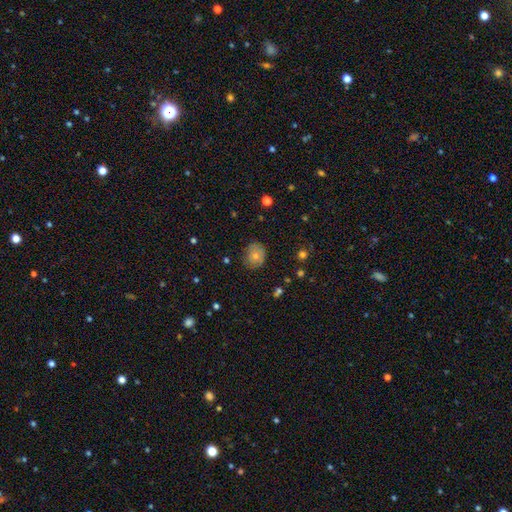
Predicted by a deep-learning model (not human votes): Q: Smooth or featured?
A: smooth (64%); runner-up: featured or disk (25%)
Q: How rounded?
A: round (61%); runner-up: in between (38%)
Q: Merging?
A: none (75%); runner-up: minor disturbance (19%)